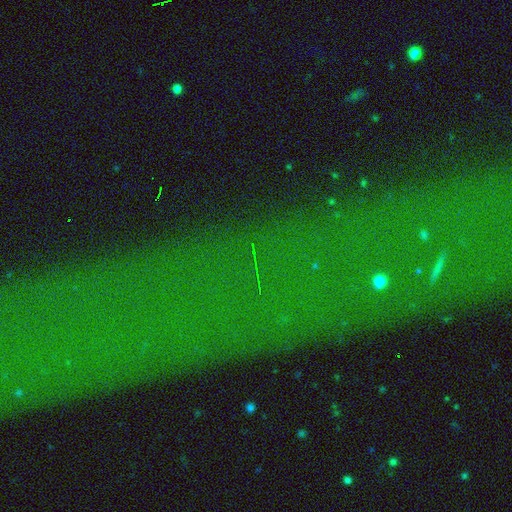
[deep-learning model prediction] The model was most divided on "smooth or featured": star or artifact: 77%, featured or disk: 12%, smooth: 10%.